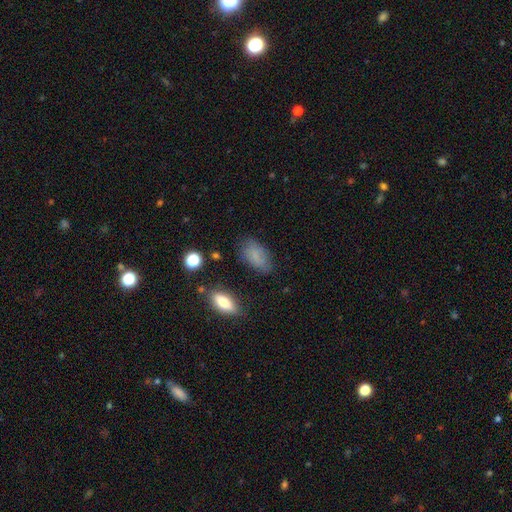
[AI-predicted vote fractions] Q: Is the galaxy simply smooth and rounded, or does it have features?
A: smooth — 79%.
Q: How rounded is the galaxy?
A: in between — 91%.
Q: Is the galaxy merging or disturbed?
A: none — 72%.